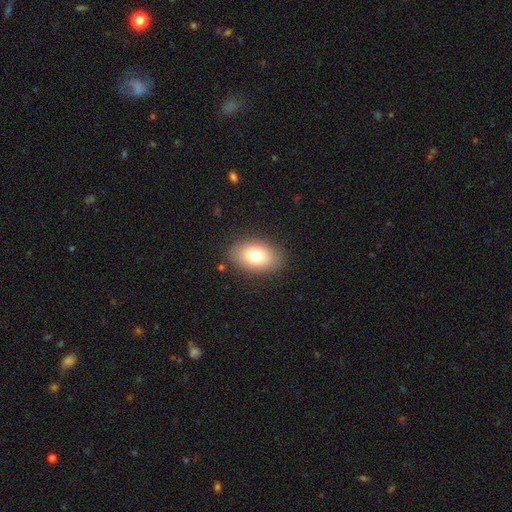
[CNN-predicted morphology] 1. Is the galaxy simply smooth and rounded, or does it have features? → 77% smooth, 14% featured or disk, 9% star or artifact.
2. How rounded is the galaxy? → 87% in between, 12% round, 1% cigar-shaped.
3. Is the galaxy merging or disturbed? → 87% none, 9% minor disturbance, 3% major disturbance, 1% merger.